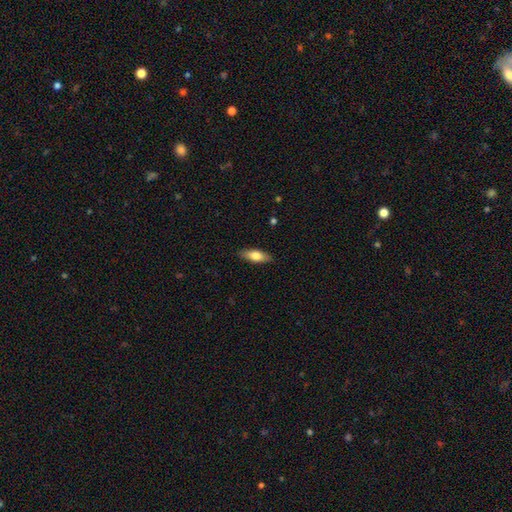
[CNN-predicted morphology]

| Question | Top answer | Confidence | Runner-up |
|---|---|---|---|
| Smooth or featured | smooth | 71% | featured or disk (24%) |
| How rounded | in between | 68% | cigar-shaped (29%) |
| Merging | none | 88% | minor disturbance (9%) |